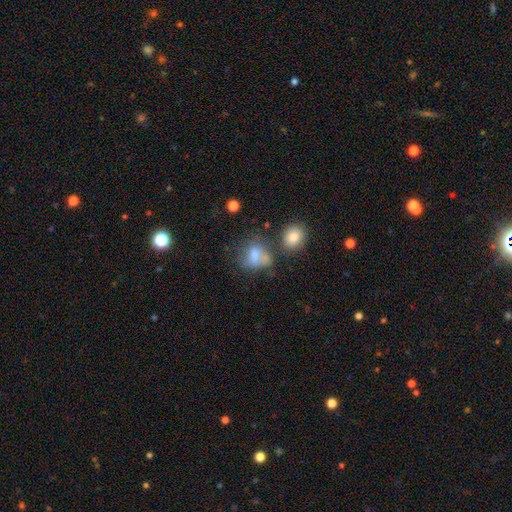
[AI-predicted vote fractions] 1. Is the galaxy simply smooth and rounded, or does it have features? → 68% smooth, 19% featured or disk, 13% star or artifact.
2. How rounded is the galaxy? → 57% in between, 42% round, 2% cigar-shaped.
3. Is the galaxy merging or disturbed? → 36% none, 24% merger, 21% minor disturbance, 19% major disturbance.